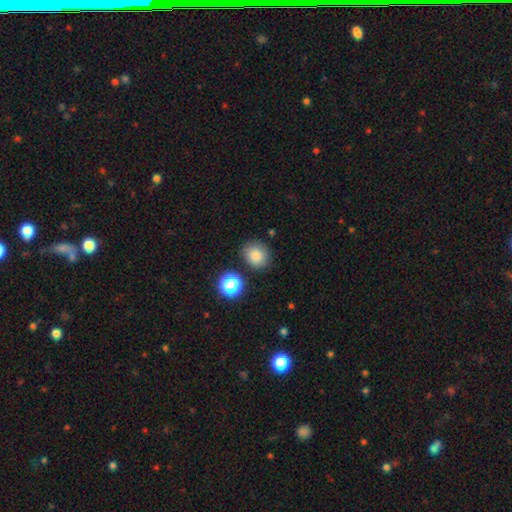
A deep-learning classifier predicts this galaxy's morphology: A smooth galaxy with no disk features (82%) that is round (76%). Merging: none (81%).